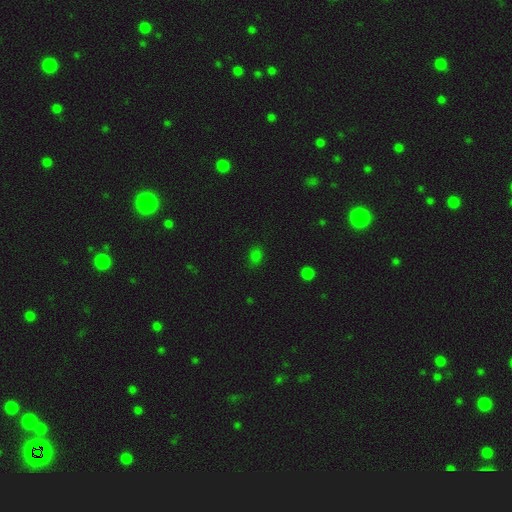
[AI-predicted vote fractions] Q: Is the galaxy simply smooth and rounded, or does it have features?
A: smooth — 75%.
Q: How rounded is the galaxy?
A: in between — 67%.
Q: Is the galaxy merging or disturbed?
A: none — 79%.